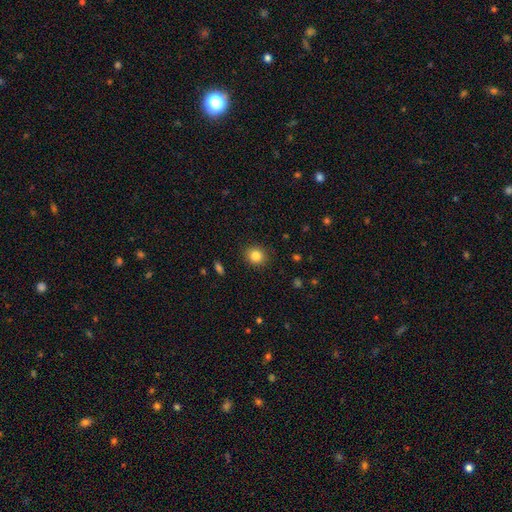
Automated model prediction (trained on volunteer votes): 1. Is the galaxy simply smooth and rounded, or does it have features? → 83% smooth, 11% star or artifact, 6% featured or disk.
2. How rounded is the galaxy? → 83% round, 16% in between, 1% cigar-shaped.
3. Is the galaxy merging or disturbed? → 90% none, 7% minor disturbance, 2% major disturbance, 1% merger.